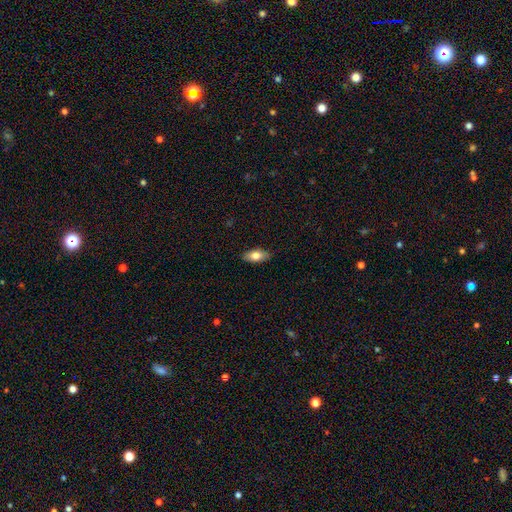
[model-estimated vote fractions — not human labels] A smooth galaxy with no disk features (78%) that is in between round and cigar-shaped (88%). Merging: none (88%).